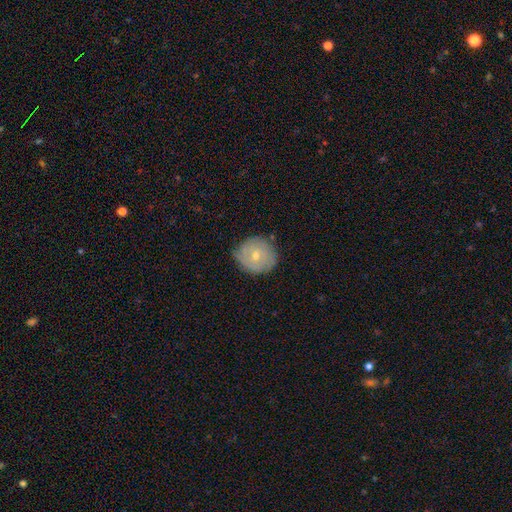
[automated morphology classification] Smooth or featured: featured or disk — 52% (smooth — 41%)
Edge-on disk: no — 96% (yes — 4%)
Bar: no — 74% (weak — 23%)
Spiral arms: yes — 69% (no — 31%)
Bulge size: moderate — 49% (small — 48%)
Merging: none — 74% (minor disturbance — 20%)